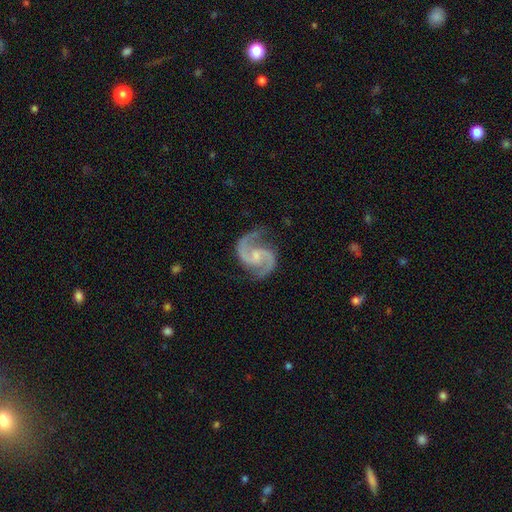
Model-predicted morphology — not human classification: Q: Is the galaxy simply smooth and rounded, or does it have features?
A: featured or disk — 94%.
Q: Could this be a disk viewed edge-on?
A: no — 98%.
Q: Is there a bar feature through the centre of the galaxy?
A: no — 50%.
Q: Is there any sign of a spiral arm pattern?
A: yes — 99%.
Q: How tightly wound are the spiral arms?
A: medium — 66%.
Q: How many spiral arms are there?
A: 2 — 94%.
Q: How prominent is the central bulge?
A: small — 51%.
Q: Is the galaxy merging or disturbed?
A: none — 79%.